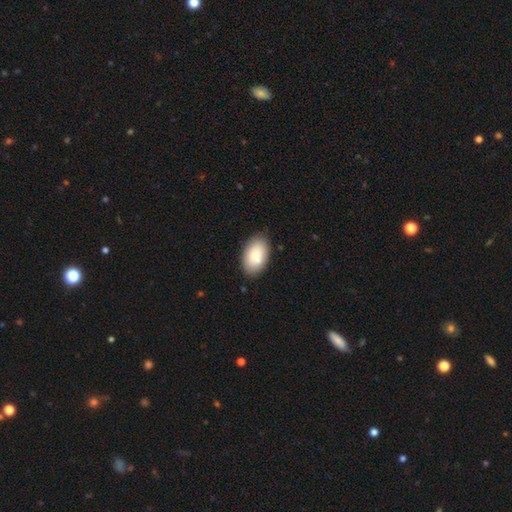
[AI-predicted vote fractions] Smooth or featured? smooth (84%)
How rounded? in between (94%)
Merging? none (81%)